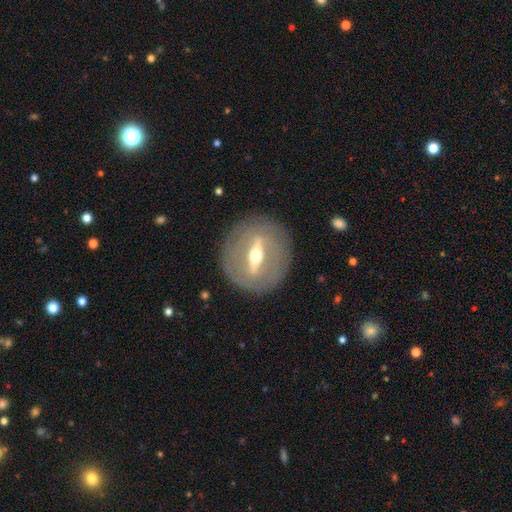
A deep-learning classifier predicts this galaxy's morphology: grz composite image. It shows a featured or disk galaxy (82%). Merging: none (86%).